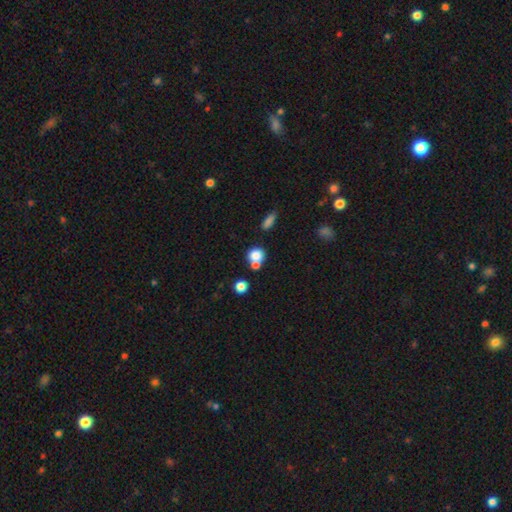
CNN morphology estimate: smooth_or_featured: smooth (p=0.79) [alt: star or artifact p=0.11]
how_rounded: round (p=0.78) [alt: in between p=0.21]
merging: none (p=0.46) [alt: merger p=0.41]